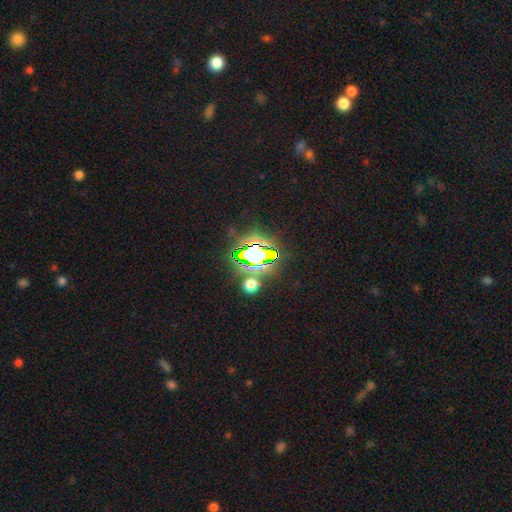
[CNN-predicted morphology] Smooth or featured: star or artifact — 71% (smooth — 16%)